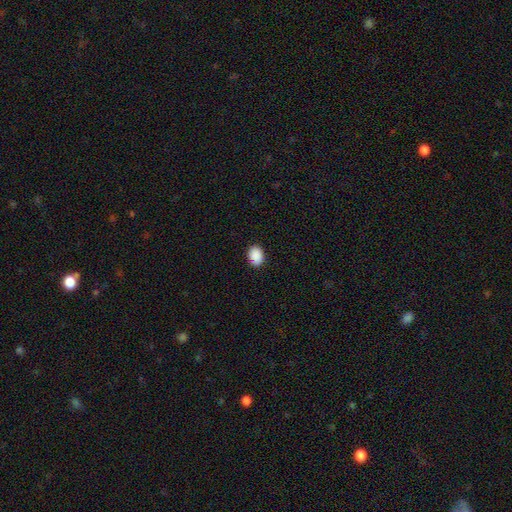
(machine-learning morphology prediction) smooth 89%, star or artifact 8%, featured or disk 3%. Down the decision tree: how rounded — in between (70%); merging — none (83%).